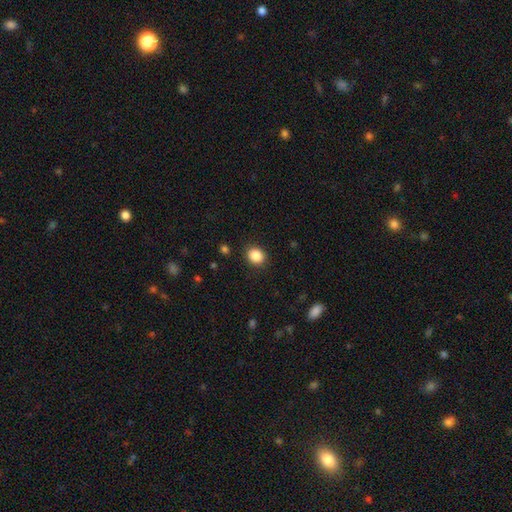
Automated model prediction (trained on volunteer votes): Smooth or featured?
  - smooth: 87% *
  - star or artifact: 9%
  - featured or disk: 3%
How rounded?
  - round: 69% *
  - in between: 30%
  - cigar-shaped: 1%
Merging?
  - none: 89% *
  - minor disturbance: 8%
  - major disturbance: 2%
  - merger: 1%